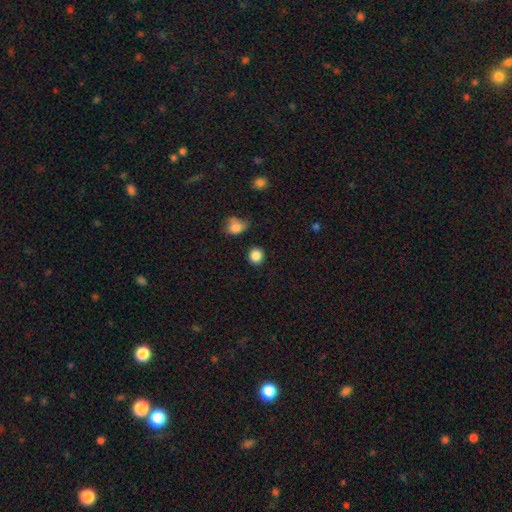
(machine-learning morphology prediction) A smooth galaxy with no disk features (87%) that is round (84%).

Vote fractions:
- Smooth or featured? smooth: 87% / star or artifact: 10% / featured or disk: 4%
- How rounded? round: 84% / in between: 15% / cigar-shaped: 1%
- Merging? none: 87% / minor disturbance: 8% / merger: 3% / major disturbance: 3%